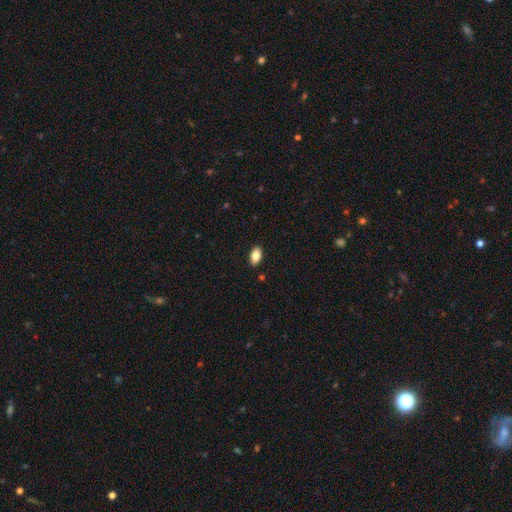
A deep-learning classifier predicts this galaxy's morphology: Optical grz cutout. It shows a smooth galaxy with no disk features (83%) that is in between round and cigar-shaped (93%). Merging: none (89%).